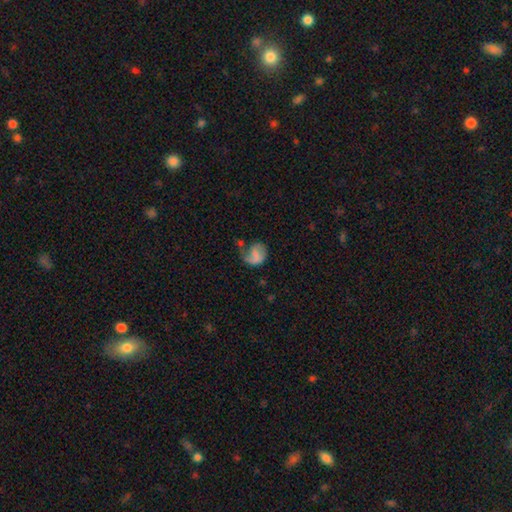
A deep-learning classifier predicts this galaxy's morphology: This appears to be a smooth galaxy with no disk features (48%). Merging: none (34%, tied with major disturbance).